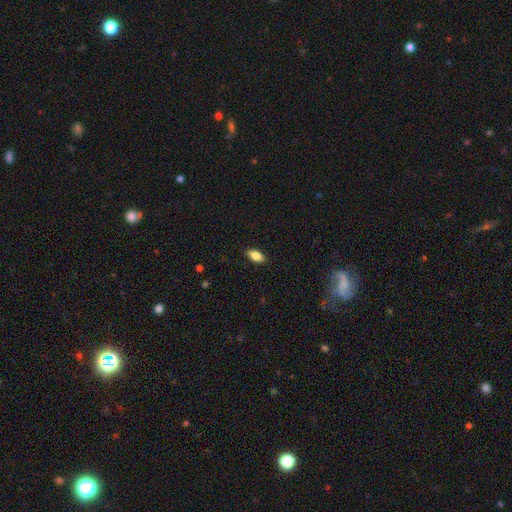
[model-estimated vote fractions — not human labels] Smooth or featured: smooth — 81% (featured or disk — 12%)
How rounded: in between — 87% (cigar-shaped — 8%)
Merging: none — 88% (minor disturbance — 9%)